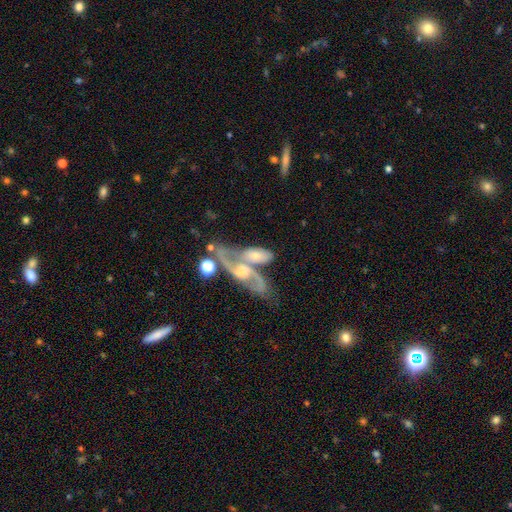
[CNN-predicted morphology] featured or disk 66%, smooth 26%, star or artifact 7%. Down the decision tree: edge-on disk — no (86%); bar — no (60%); spiral arms — yes (84%); bulge size — moderate (51%); merging — merger (58%).